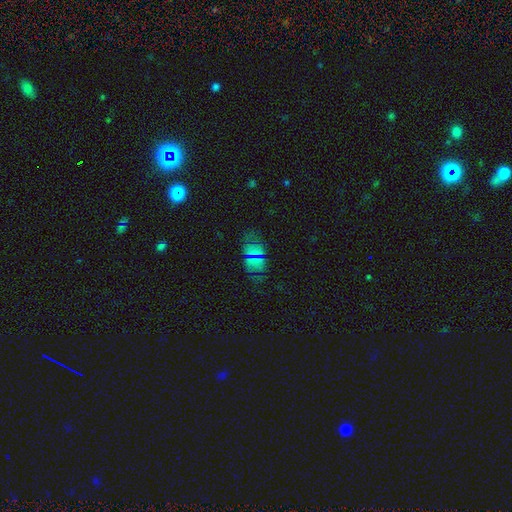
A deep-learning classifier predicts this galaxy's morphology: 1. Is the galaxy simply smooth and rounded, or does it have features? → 40% star or artifact, 37% smooth, 24% featured or disk.